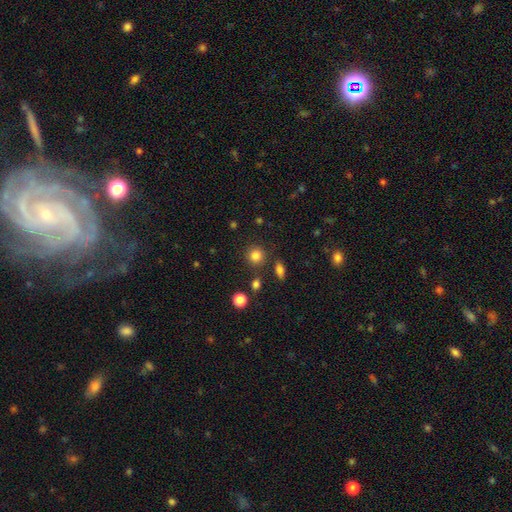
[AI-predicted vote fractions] smooth 83%, star or artifact 12%, featured or disk 6%. Down the decision tree: how rounded — round (89%); merging — none (84%).